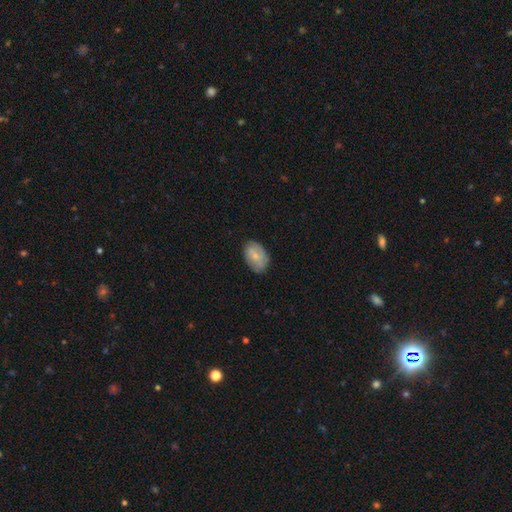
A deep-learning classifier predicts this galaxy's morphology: Overall: smooth (67%). How rounded: in between (87%). Merging: none (79%).